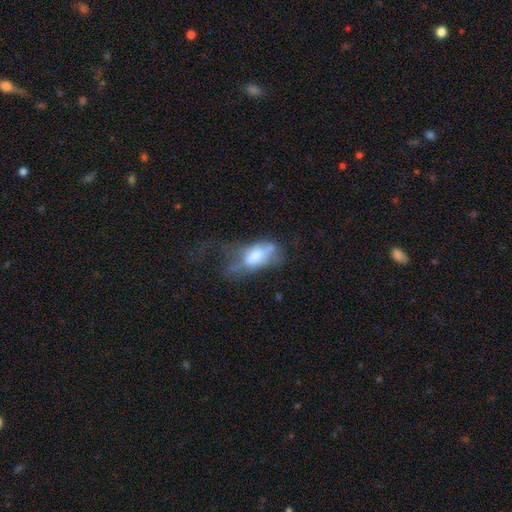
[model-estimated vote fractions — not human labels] A smooth galaxy with no disk features (51%) that is in between round and cigar-shaped (83%).

Vote fractions:
- Smooth or featured? smooth: 51% / featured or disk: 39% / star or artifact: 10%
- How rounded? in between: 83% / cigar-shaped: 13% / round: 5%
- Merging? major disturbance: 51% / minor disturbance: 20% / none: 19% / merger: 10%